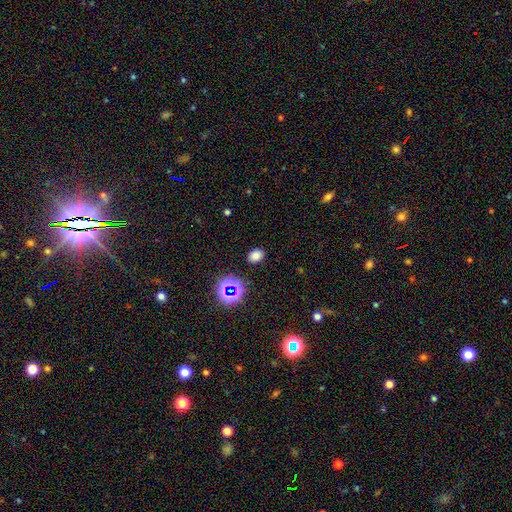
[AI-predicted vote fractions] smooth_or_featured: smooth (p=0.75) [alt: star or artifact p=0.19]
how_rounded: in between (p=0.70) [alt: round p=0.29]
merging: none (p=0.87) [alt: minor disturbance p=0.08]